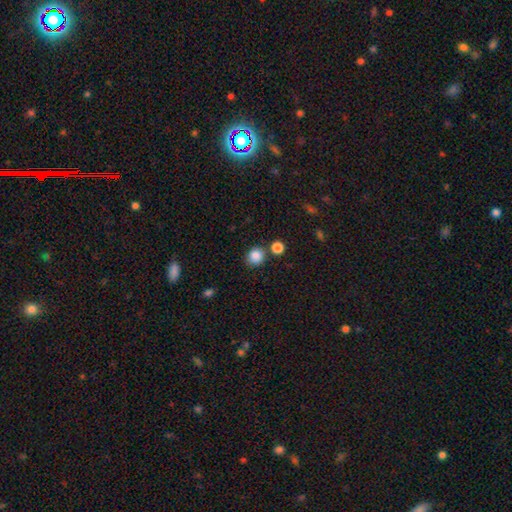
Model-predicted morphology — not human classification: smooth 86%, star or artifact 10%, featured or disk 4%. Down the decision tree: how rounded — round (84%); merging — none (75%).